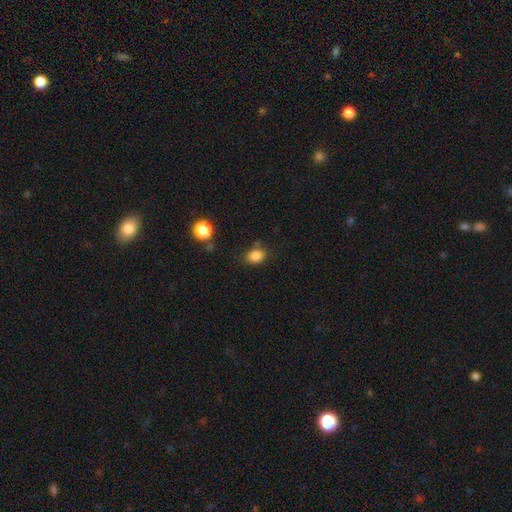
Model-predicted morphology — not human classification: This is clearly a smooth galaxy (85%). How rounded: possibly in between (57%). Merging: likely none (74%).